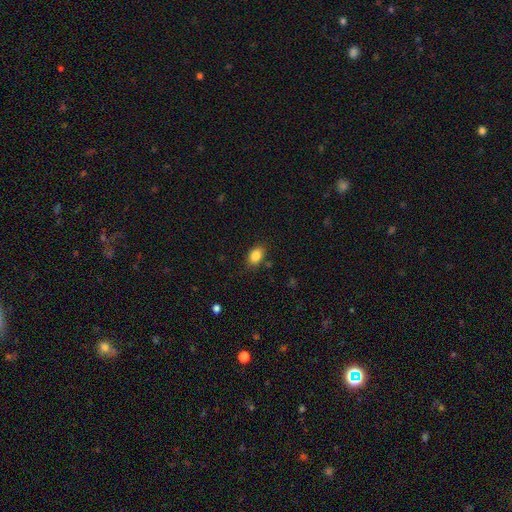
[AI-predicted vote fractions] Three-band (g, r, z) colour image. It shows a smooth galaxy with no disk features (85%) that is in between round and cigar-shaped (81%). Merging: none (83%).